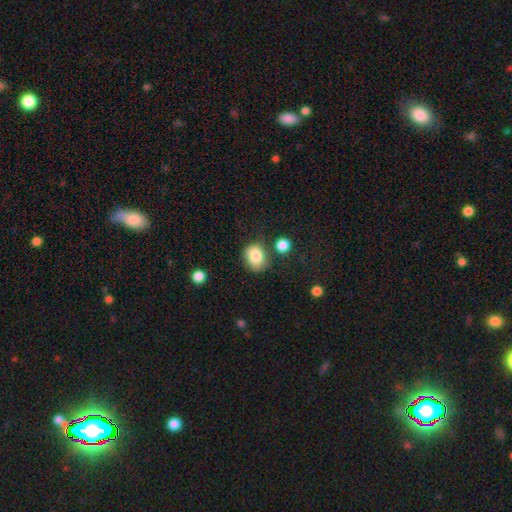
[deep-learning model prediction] Morphology: type=smooth (83%); roundness=round (57%); merging=none (68%).